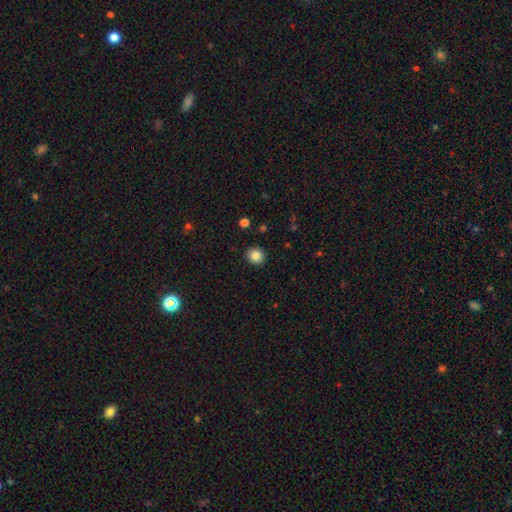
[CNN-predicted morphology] A smooth galaxy with no disk features (85%) that is round (84%).

Vote fractions:
- Smooth or featured? smooth: 85% / star or artifact: 10% / featured or disk: 5%
- How rounded? round: 84% / in between: 15% / cigar-shaped: 1%
- Merging? none: 91% / minor disturbance: 6% / major disturbance: 2% / merger: 1%